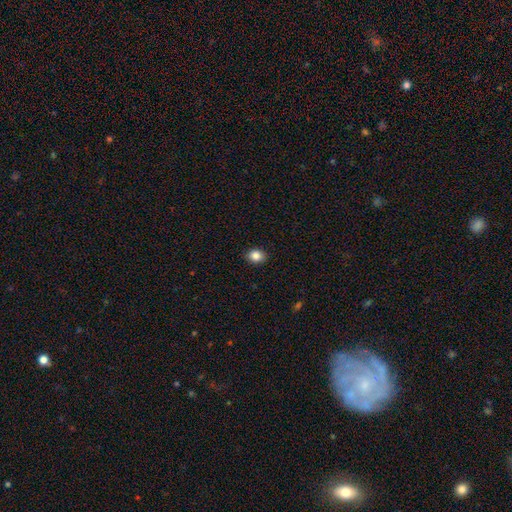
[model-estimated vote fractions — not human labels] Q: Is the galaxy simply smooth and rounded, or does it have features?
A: smooth — 86%.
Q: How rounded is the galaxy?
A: in between — 53%.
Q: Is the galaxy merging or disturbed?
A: none — 90%.